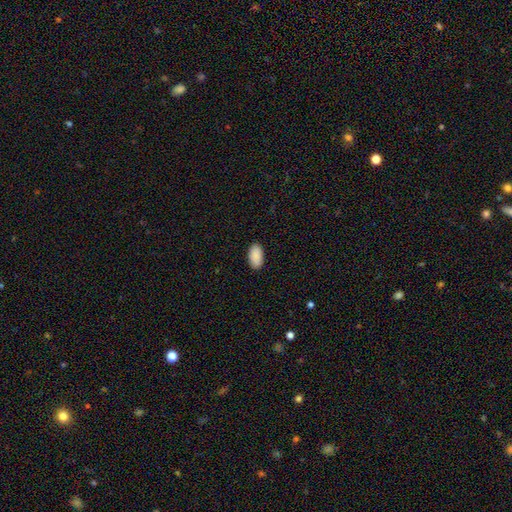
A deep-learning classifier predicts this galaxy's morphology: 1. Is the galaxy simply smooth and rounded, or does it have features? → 91% smooth, 6% star or artifact, 3% featured or disk.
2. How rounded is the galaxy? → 95% in between, 2% round, 2% cigar-shaped.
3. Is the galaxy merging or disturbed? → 90% none, 8% minor disturbance, 2% major disturbance, 1% merger.